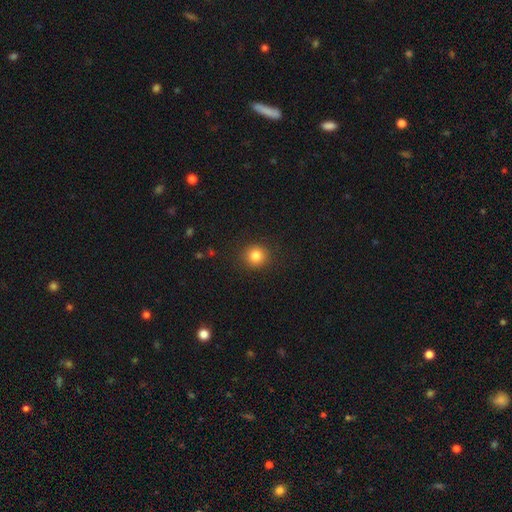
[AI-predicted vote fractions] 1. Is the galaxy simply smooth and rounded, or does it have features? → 83% smooth, 11% star or artifact, 5% featured or disk.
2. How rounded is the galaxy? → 91% round, 9% in between, 1% cigar-shaped.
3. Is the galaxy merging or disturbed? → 90% none, 7% minor disturbance, 2% major disturbance, 1% merger.